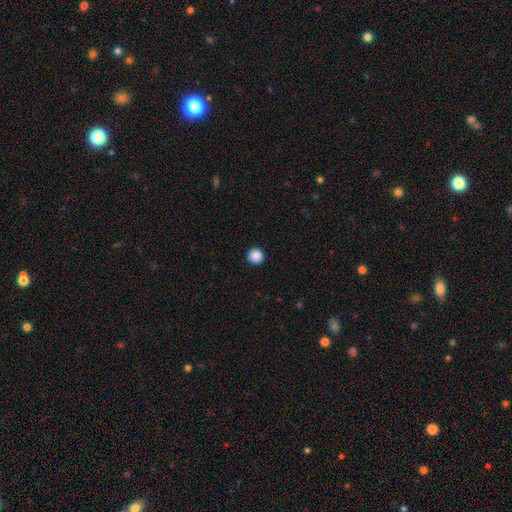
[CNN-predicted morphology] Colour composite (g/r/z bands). It shows a smooth galaxy with no disk features (88%) that is round (96%). Merging: none (93%).